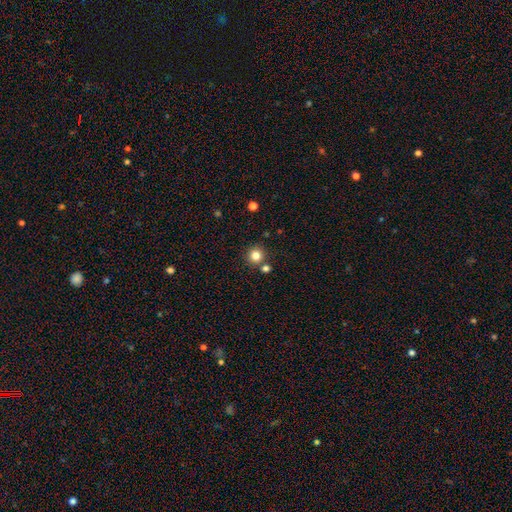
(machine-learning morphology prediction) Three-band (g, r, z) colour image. It shows a smooth galaxy with no disk features (81%) that is round (93%). Merging: none (80%).